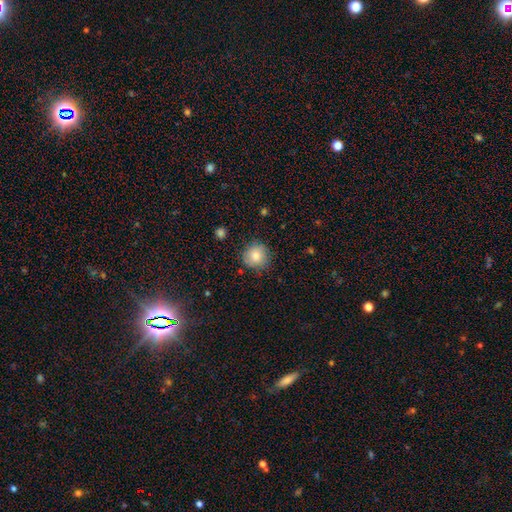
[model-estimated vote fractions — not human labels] smooth 82%, star or artifact 10%, featured or disk 8%. Down the decision tree: how rounded — round (92%); merging — none (82%).